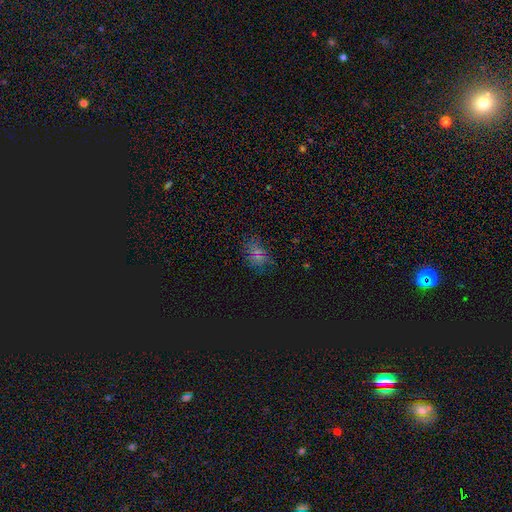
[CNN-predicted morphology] Overall: smooth (45%; star or artifact 40%). Merging: none (65%).